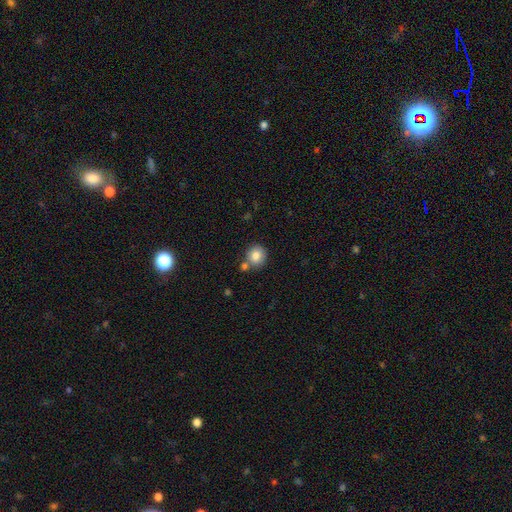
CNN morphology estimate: Smooth or featured? Predicted: smooth (p=0.82). How rounded? Predicted: round (p=0.84). Merging? Predicted: none (p=0.68).